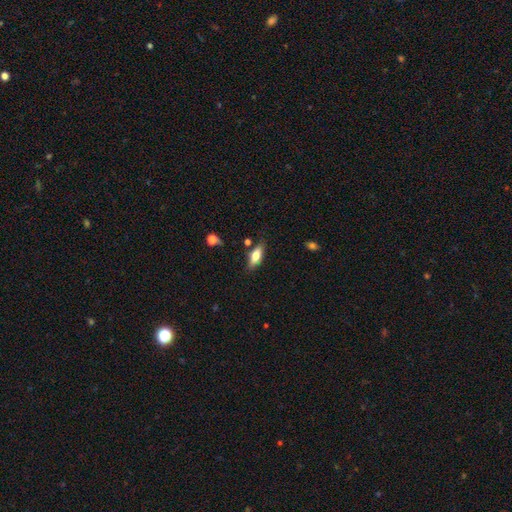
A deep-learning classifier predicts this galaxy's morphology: A smooth galaxy with no disk features (66%) that is in between round and cigar-shaped (70%).

Vote fractions:
- Smooth or featured? smooth: 66% / featured or disk: 27% / star or artifact: 7%
- How rounded? in between: 70% / cigar-shaped: 28% / round: 3%
- Merging? none: 79% / minor disturbance: 14% / merger: 4% / major disturbance: 3%